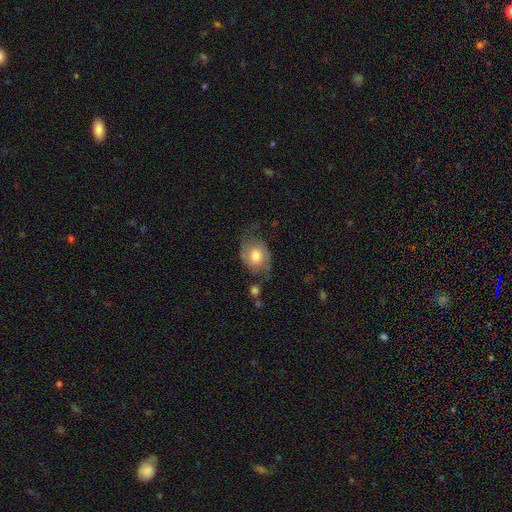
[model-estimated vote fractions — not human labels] Smooth or featured? featured or disk (55%)
Edge-on disk? no (96%)
Bar? no (64%)
Spiral arms? yes (83%)
Bulge size? moderate (57%)
Merging? none (53%)